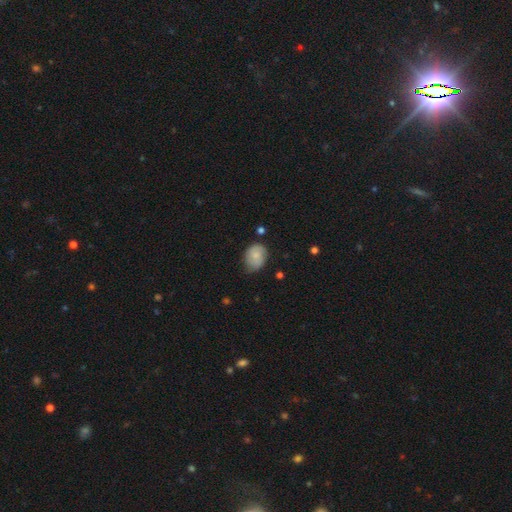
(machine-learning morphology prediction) Q: Smooth or featured?
A: smooth (72%); runner-up: featured or disk (21%)
Q: How rounded?
A: in between (59%); runner-up: round (40%)
Q: Merging?
A: none (62%); runner-up: minor disturbance (30%)